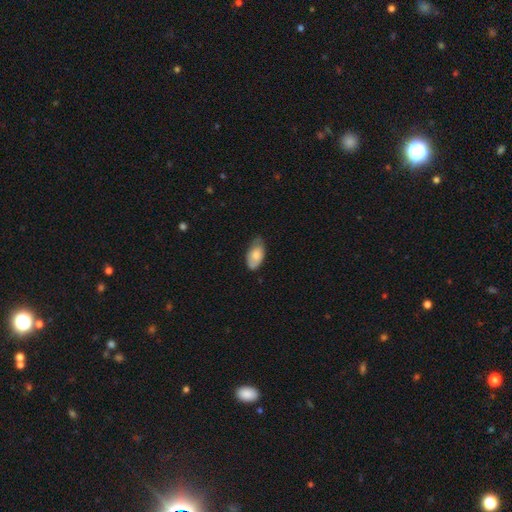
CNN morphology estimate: This appears to be a smooth galaxy with no disk features (73%) that is in between round and cigar-shaped (93%). Merging: none (54%).